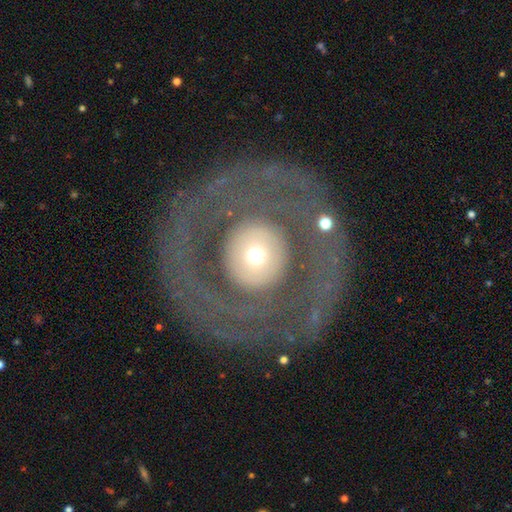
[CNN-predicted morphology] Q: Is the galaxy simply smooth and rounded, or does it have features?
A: featured or disk — 61%.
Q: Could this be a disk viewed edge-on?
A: no — 95%.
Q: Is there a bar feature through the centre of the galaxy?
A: no — 89%.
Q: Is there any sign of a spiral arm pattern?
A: no — 63%.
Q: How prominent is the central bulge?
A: moderate — 44%.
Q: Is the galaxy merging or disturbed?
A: none — 75%.